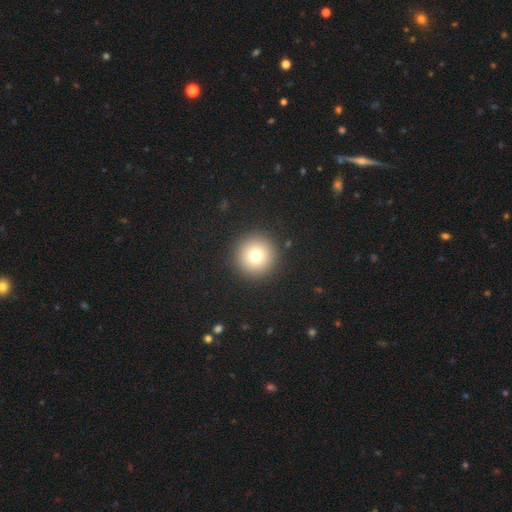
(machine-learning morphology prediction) Smooth or featured?
  - smooth: 74% *
  - star or artifact: 14%
  - featured or disk: 12%
How rounded?
  - round: 96% *
  - in between: 3%
  - cigar-shaped: 1%
Merging?
  - none: 92% *
  - minor disturbance: 4%
  - major disturbance: 2%
  - merger: 1%